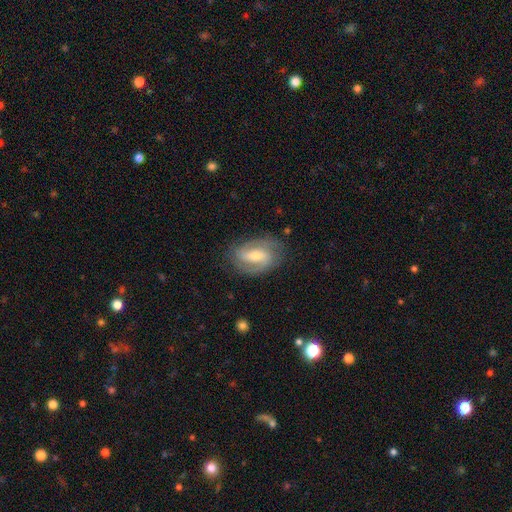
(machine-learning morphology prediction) A featured or disk galaxy (80%) with a weak bar (45%), 2 (83%) medium (46%) spiral arms (93%) and a moderate central bulge (53%).

Vote fractions:
- Smooth or featured? featured or disk: 80% / smooth: 15% / star or artifact: 6%
- Edge-on disk? no: 96% / yes: 4%
- Bar? weak: 45% / strong: 34% / no: 21%
- Spiral arms? yes: 93% / no: 7%
- Spiral winding? medium: 46% / tight: 36% / loose: 18%
- Spiral arm count? 2: 83% / can't tell: 8% / 3: 4% / 1: 3% / 4: 1% / more than 4: 1%
- Bulge size? moderate: 53% / small: 41% / large: 3% / none: 2% / dominant: 1%
- Merging? none: 79% / minor disturbance: 15% / major disturbance: 5% / merger: 1%